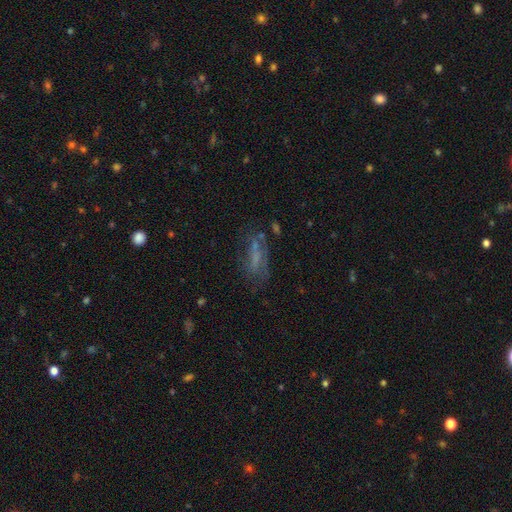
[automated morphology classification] Smooth or featured: featured or disk — 42% (smooth — 40%)
Merging: none — 50% (major disturbance — 22%)